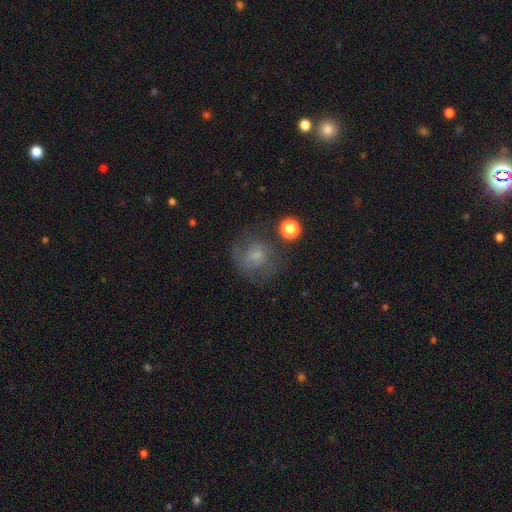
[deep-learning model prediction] A smooth galaxy with no disk features (48%).

Vote fractions:
- Smooth or featured? smooth: 48% / featured or disk: 37% / star or artifact: 15%
- Merging? none: 58% / minor disturbance: 20% / major disturbance: 17% / merger: 5%